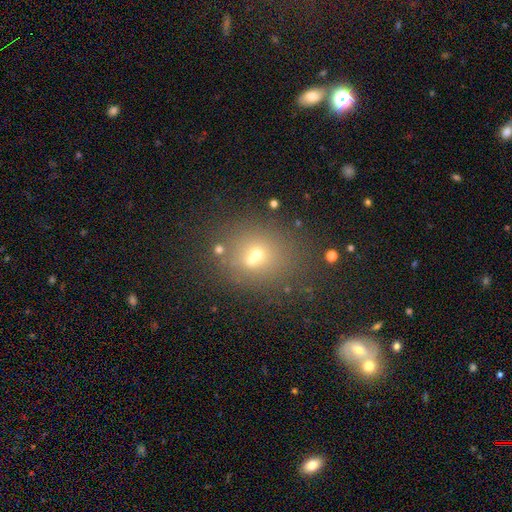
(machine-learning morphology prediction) A smooth galaxy with no disk features (55%) that is round (63%). Merging: none (56%).